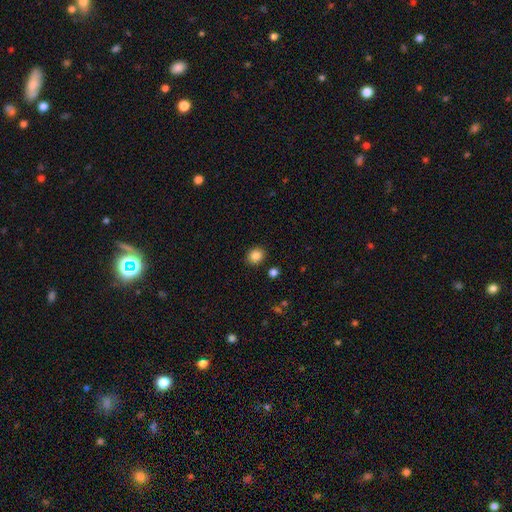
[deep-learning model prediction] Smooth or featured: smooth — 85% (star or artifact — 10%)
How rounded: round — 71% (in between — 28%)
Merging: none — 88% (minor disturbance — 7%)